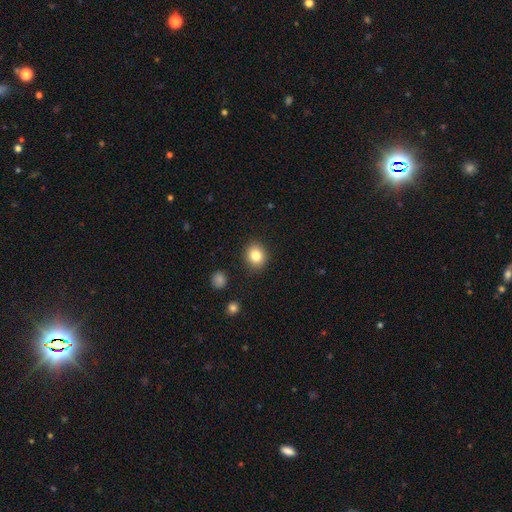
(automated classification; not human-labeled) Morphology: type=smooth (84%); roundness=round (71%); merging=none (89%).